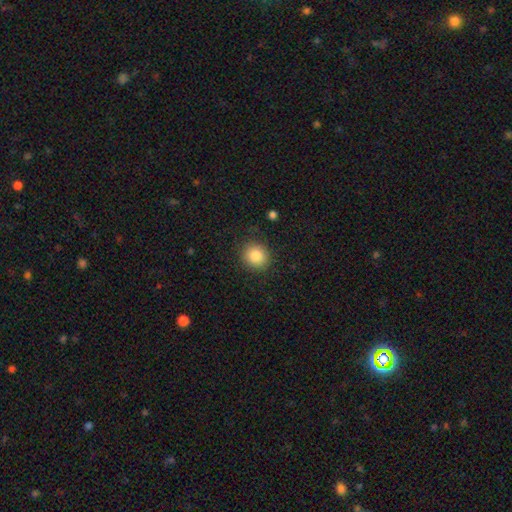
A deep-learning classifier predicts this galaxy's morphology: Overall: smooth (85%). How rounded: round (85%). Merging: none (87%).